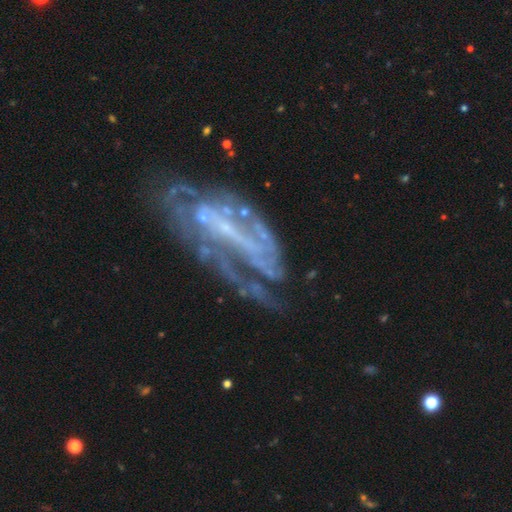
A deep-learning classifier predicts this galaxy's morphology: smooth_or_featured: featured or disk (p=0.84) [alt: star or artifact p=0.08]
disk_edge_on: no (p=0.92) [alt: yes p=0.08]
bar: no (p=0.35) [alt: weak p=0.34]
has_spiral_arms: yes (p=0.82) [alt: no p=0.18]
spiral_winding: tight (p=0.41) [alt: medium p=0.39]
spiral_arm_count: can't tell (p=0.38) [alt: 2 p=0.29]
bulge_size: small (p=0.53) [alt: none p=0.35]
merging: none (p=0.47) [alt: major disturbance p=0.26]